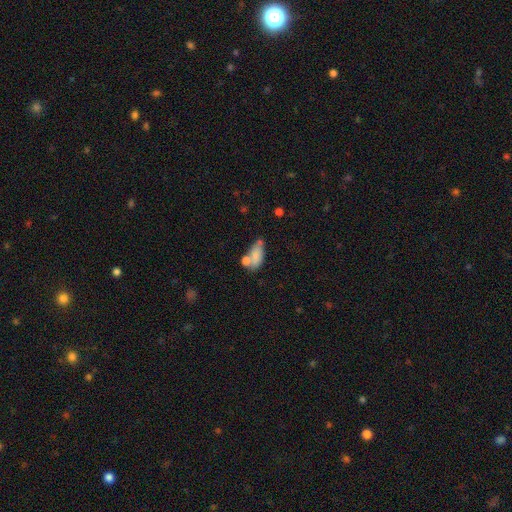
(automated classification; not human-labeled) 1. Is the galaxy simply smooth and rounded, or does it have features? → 75% smooth, 17% featured or disk, 9% star or artifact.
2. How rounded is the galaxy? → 85% in between, 9% cigar-shaped, 6% round.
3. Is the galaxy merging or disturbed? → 35% merger (tied), 35% none (tied), 20% minor disturbance, 11% major disturbance.